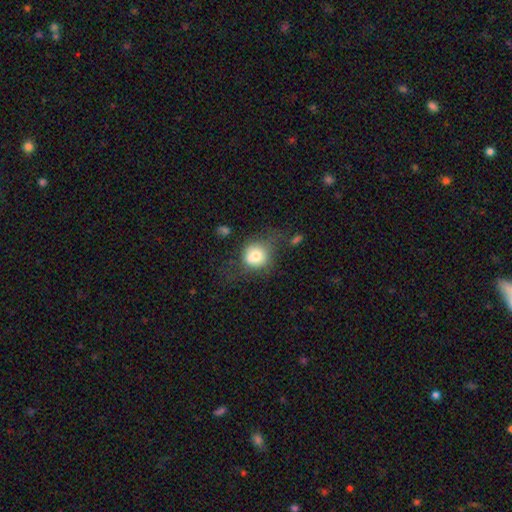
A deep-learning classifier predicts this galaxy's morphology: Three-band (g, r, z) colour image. It shows a smooth galaxy with no disk features (75%) that is round (81%). Merging: none (52%).